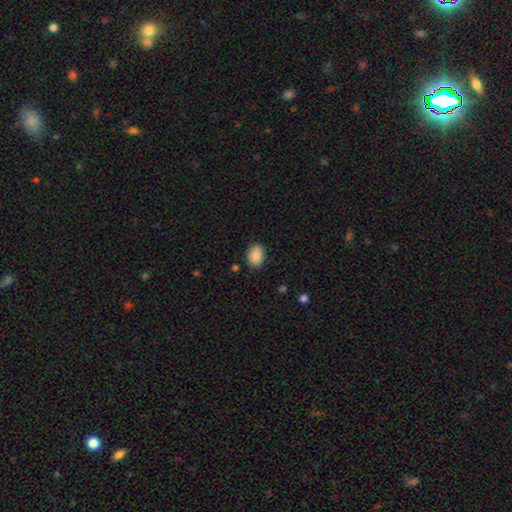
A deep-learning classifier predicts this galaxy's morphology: smooth-or-featured: smooth: 86% | star or artifact: 7% | featured or disk: 7%
  how-rounded: in between: 77% | round: 22% | cigar-shaped: 1%
  merging: none: 85% | minor disturbance: 11% | major disturbance: 2% | merger: 1%